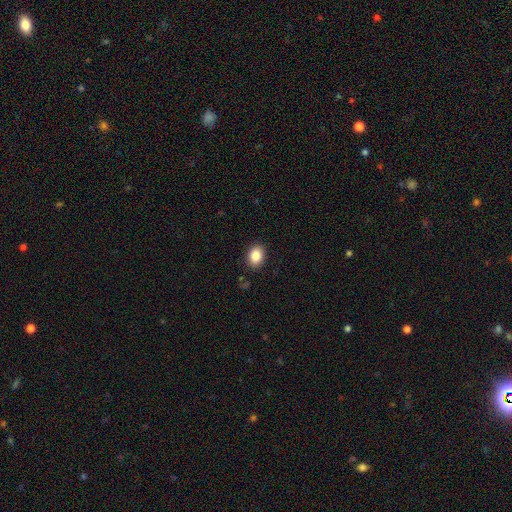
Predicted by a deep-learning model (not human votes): Q: Smooth or featured?
A: smooth (86%); runner-up: star or artifact (8%)
Q: How rounded?
A: in between (70%); runner-up: round (29%)
Q: Merging?
A: none (89%); runner-up: minor disturbance (8%)